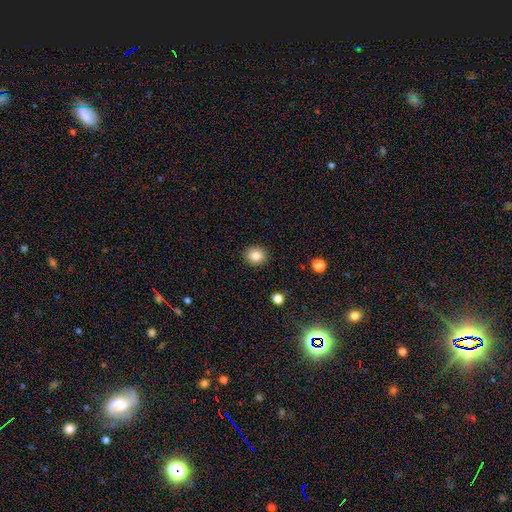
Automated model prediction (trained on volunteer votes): Overall: smooth (84%). How rounded: round (79%). Merging: none (91%).